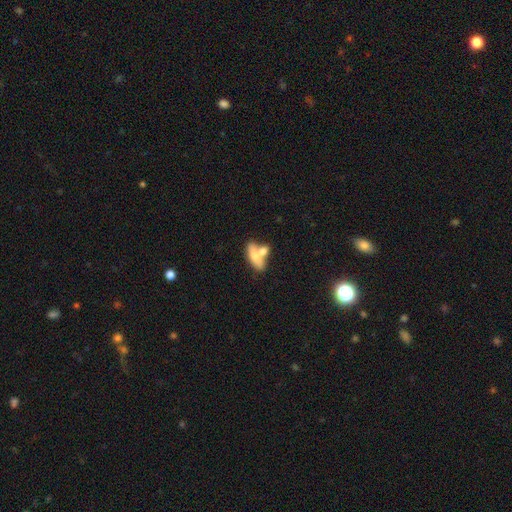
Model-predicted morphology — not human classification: Q: Smooth or featured?
A: smooth (66%); runner-up: featured or disk (27%)
Q: How rounded?
A: in between (73%); runner-up: cigar-shaped (22%)
Q: Merging?
A: merger (49%); runner-up: none (33%)